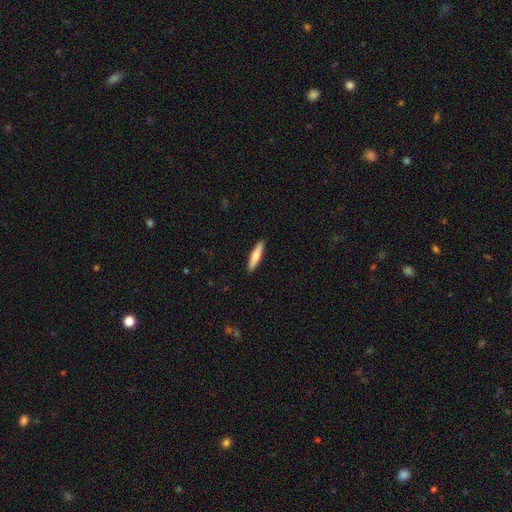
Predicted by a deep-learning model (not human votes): smooth 74%, featured or disk 21%, star or artifact 5%. Down the decision tree: how rounded — cigar-shaped (85%); merging — none (91%).